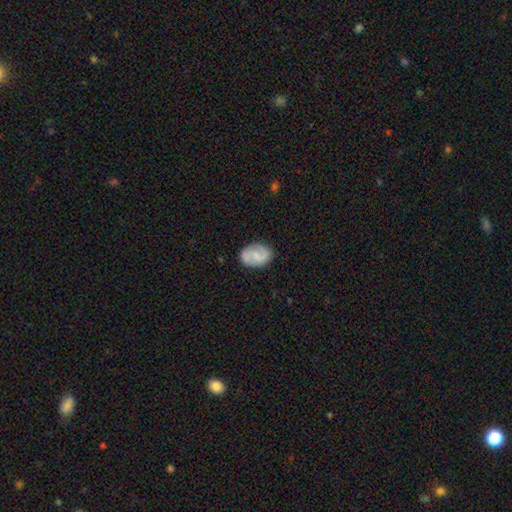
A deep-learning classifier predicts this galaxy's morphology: This appears to be a featured or disk galaxy (55%) with a weak bar (48%), spiral arms (83%) and a small central bulge (46%). Merging: none (78%).